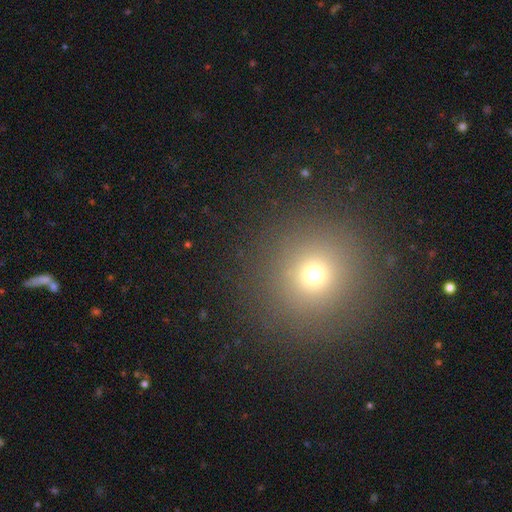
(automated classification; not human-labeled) Smooth or featured? Predicted: smooth (p=0.65). How rounded? Predicted: round (p=0.94). Merging? Predicted: none (p=0.91).